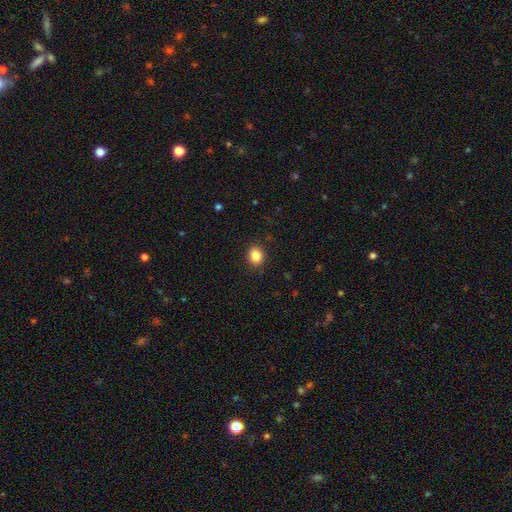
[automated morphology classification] Smooth or featured?
  - smooth: 86% *
  - star or artifact: 10%
  - featured or disk: 4%
How rounded?
  - round: 53% *
  - in between: 47%
  - cigar-shaped: 1%
Merging?
  - none: 89% *
  - minor disturbance: 7%
  - major disturbance: 2%
  - merger: 1%